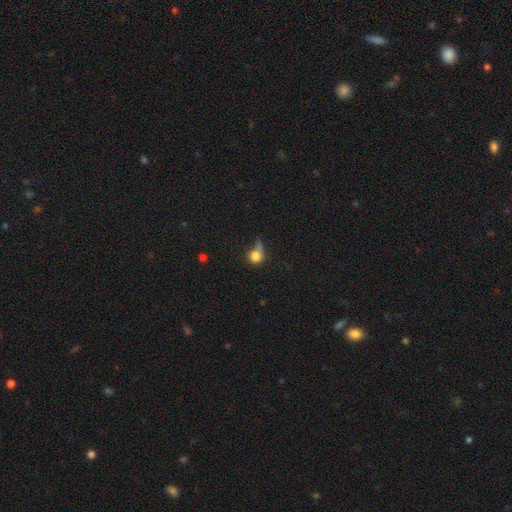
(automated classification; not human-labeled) smooth_or_featured: smooth (p=0.78) [alt: featured or disk p=0.12]
how_rounded: round (p=0.76) [alt: in between p=0.22]
merging: none (p=0.32) [alt: major disturbance p=0.29]